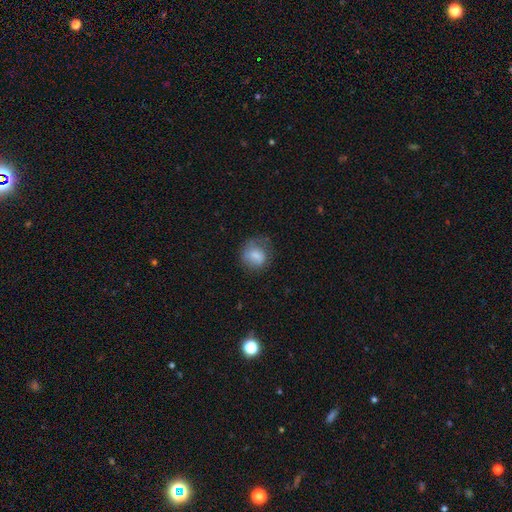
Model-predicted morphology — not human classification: Smooth or featured?
  - smooth: 73% *
  - featured or disk: 18%
  - star or artifact: 8%
How rounded?
  - round: 73% *
  - in between: 26%
  - cigar-shaped: 1%
Merging?
  - none: 52% *
  - minor disturbance: 28%
  - major disturbance: 19%
  - merger: 2%